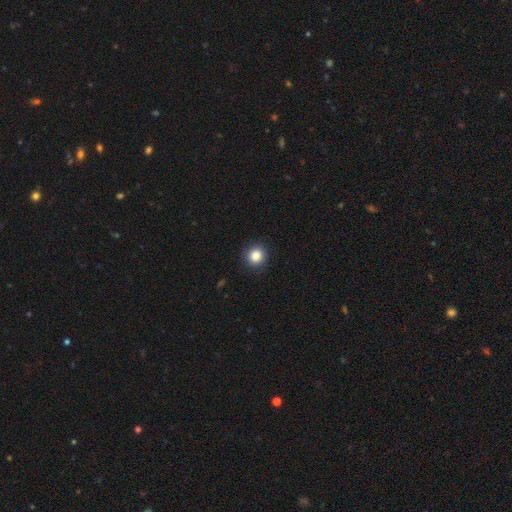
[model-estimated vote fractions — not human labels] A smooth galaxy with no disk features (86%) that is round (89%). Merging: none (90%).